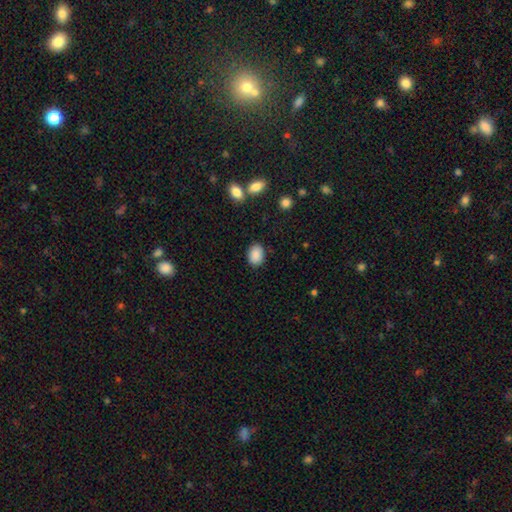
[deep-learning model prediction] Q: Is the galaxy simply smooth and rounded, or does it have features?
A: smooth — 89%.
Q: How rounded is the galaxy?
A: in between — 74%.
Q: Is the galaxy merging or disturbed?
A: none — 85%.